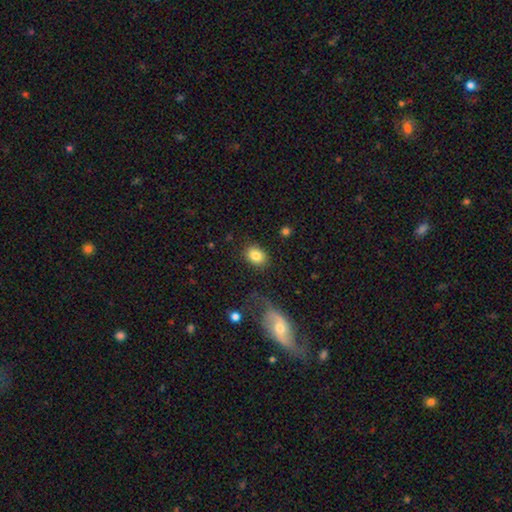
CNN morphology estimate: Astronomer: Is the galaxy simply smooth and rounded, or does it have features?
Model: smooth — 84%.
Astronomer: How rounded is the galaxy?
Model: in between — 61% (runner-up: round, 38%).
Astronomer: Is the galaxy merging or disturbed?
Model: none — 84%.